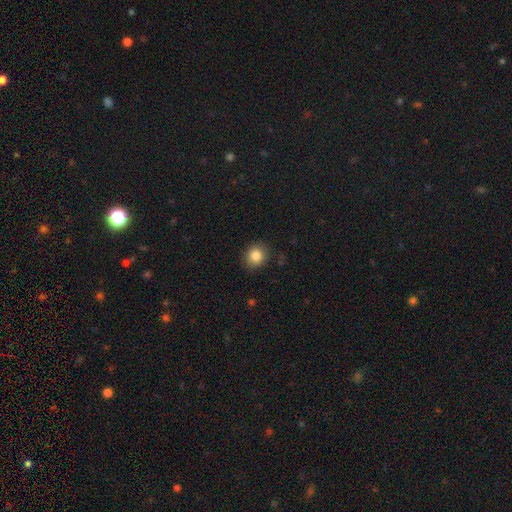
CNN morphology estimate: smooth-or-featured: smooth: 84% | star or artifact: 10% | featured or disk: 6%
  how-rounded: round: 72% | in between: 27% | cigar-shaped: 1%
  merging: none: 87% | minor disturbance: 9% | major disturbance: 2% | merger: 1%